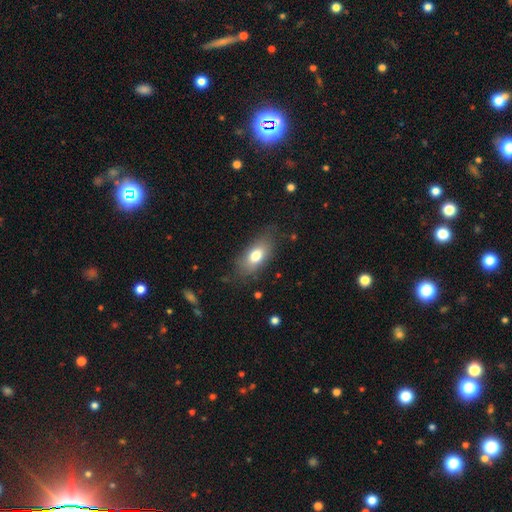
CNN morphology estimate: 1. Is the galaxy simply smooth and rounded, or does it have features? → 75% smooth, 17% featured or disk, 8% star or artifact.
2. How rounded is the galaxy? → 87% in between, 7% cigar-shaped, 6% round.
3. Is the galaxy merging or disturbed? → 76% none, 17% minor disturbance, 6% major disturbance, 1% merger.